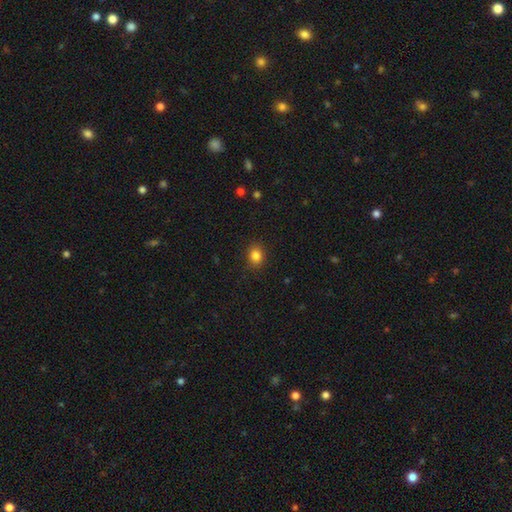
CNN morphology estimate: smooth_or_featured: smooth (p=0.84) [alt: star or artifact p=0.11]
how_rounded: round (p=0.59) [alt: in between p=0.40]
merging: none (p=0.88) [alt: minor disturbance p=0.09]